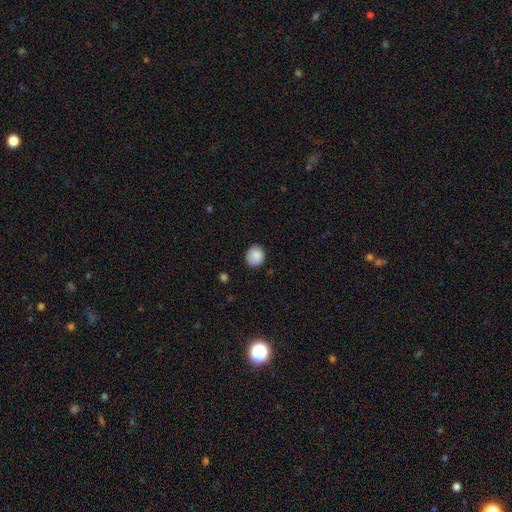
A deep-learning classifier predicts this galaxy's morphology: A smooth galaxy with no disk features (88%) that is round (77%).

Vote fractions:
- Smooth or featured? smooth: 88% / star or artifact: 8% / featured or disk: 4%
- How rounded? round: 77% / in between: 22% / cigar-shaped: 1%
- Merging? none: 84% / minor disturbance: 12% / major disturbance: 2% / merger: 1%